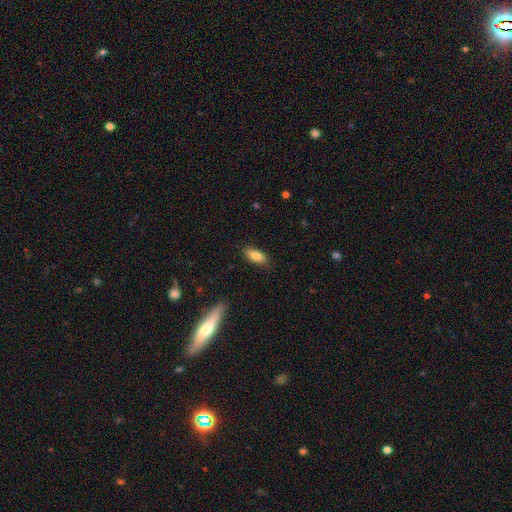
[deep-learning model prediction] Smooth or featured?
  - smooth: 80% *
  - featured or disk: 13%
  - star or artifact: 7%
How rounded?
  - in between: 79% *
  - cigar-shaped: 18%
  - round: 3%
Merging?
  - none: 86% *
  - minor disturbance: 11%
  - major disturbance: 2%
  - merger: 1%